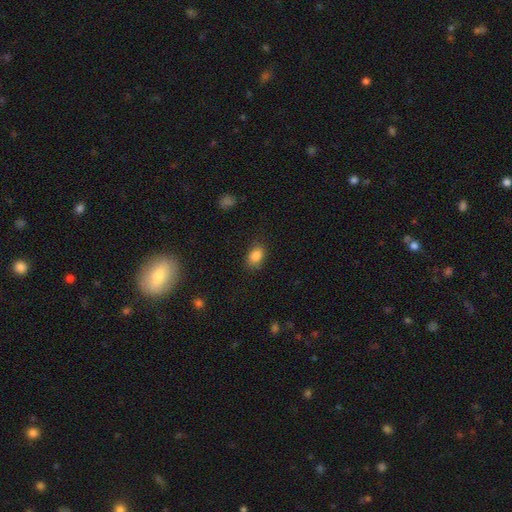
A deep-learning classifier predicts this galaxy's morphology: Smooth or featured?
  - smooth: 85% *
  - star or artifact: 10%
  - featured or disk: 5%
How rounded?
  - in between: 72% *
  - round: 27%
  - cigar-shaped: 1%
Merging?
  - none: 79% *
  - minor disturbance: 16%
  - major disturbance: 4%
  - merger: 1%